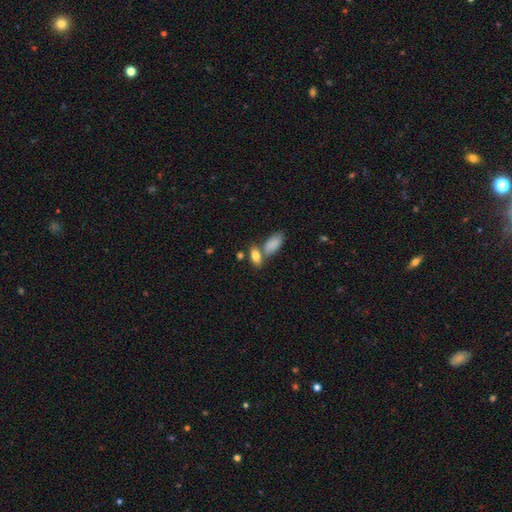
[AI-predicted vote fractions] Smooth or featured? Predicted: smooth (p=0.82). How rounded? Predicted: in between (p=0.85). Merging? Predicted: none (p=0.52).